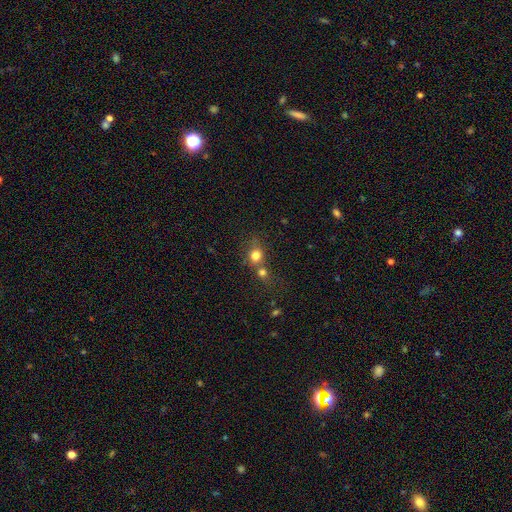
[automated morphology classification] type=smooth (76%); roundness=round (77%); merging=merger (44%).